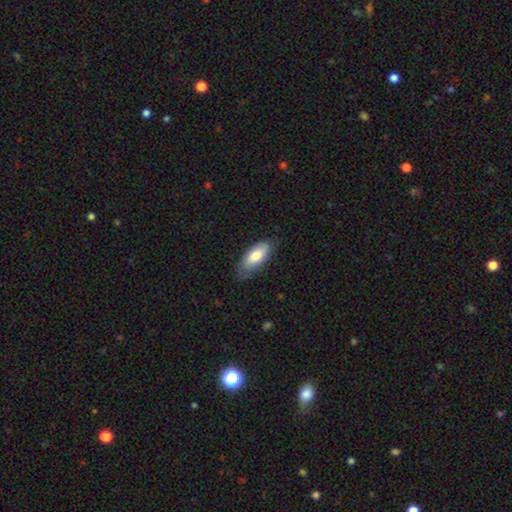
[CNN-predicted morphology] A smooth galaxy with no disk features (74%) that is in between round and cigar-shaped (86%).

Vote fractions:
- Smooth or featured? smooth: 74% / featured or disk: 20% / star or artifact: 6%
- How rounded? in between: 86% / cigar-shaped: 12% / round: 2%
- Merging? none: 72% / minor disturbance: 22% / major disturbance: 4% / merger: 1%